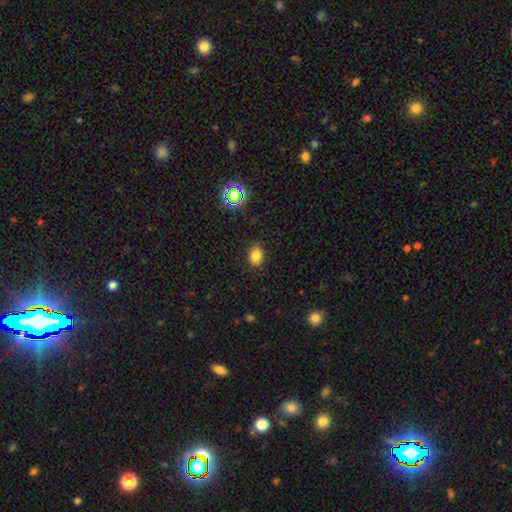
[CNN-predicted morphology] The model was most divided on "how rounded": in between: 79%, round: 20%, cigar-shaped: 1%. More confident: merging — none (87%); smooth or featured — smooth (82%).